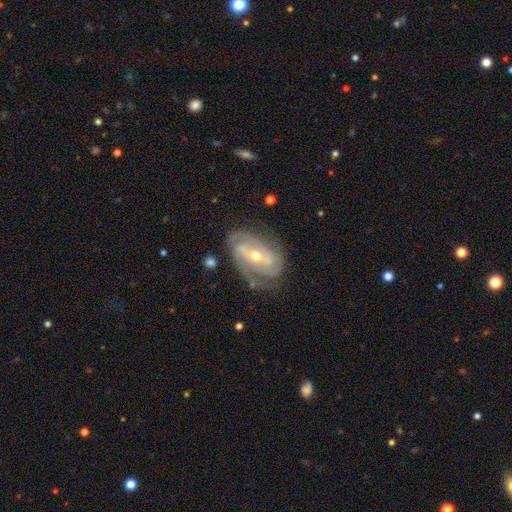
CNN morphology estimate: A featured or disk galaxy (88%) with a weak bar (37%), 2 (43%) tight (55%) spiral arms (96%) and a moderate central bulge (52%). Merging: none (72%).